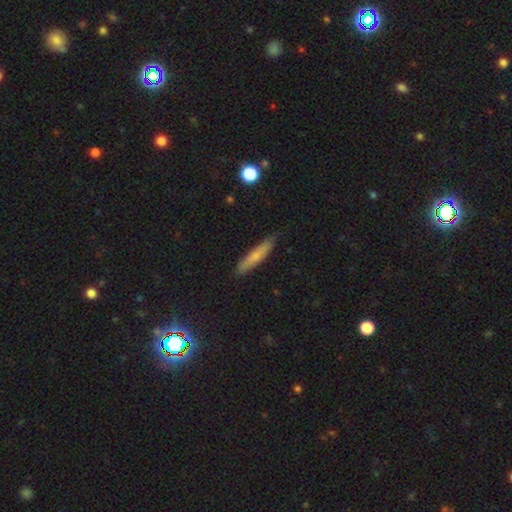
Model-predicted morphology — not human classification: Overall: smooth (68%). How rounded: cigar-shaped (89%). Merging: none (84%).